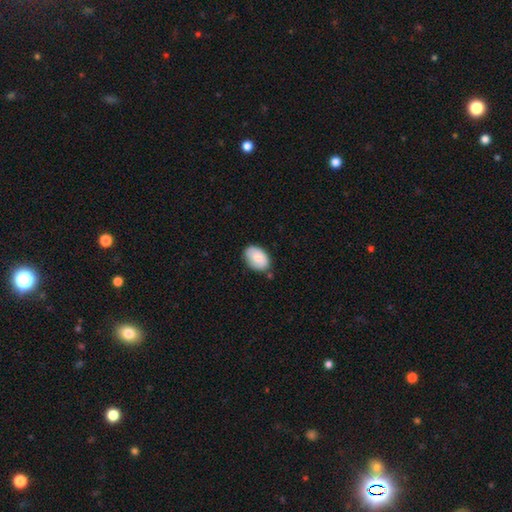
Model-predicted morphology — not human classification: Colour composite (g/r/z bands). It shows a smooth galaxy with no disk features (83%) that is in between round and cigar-shaped (88%). Merging: none (73%).